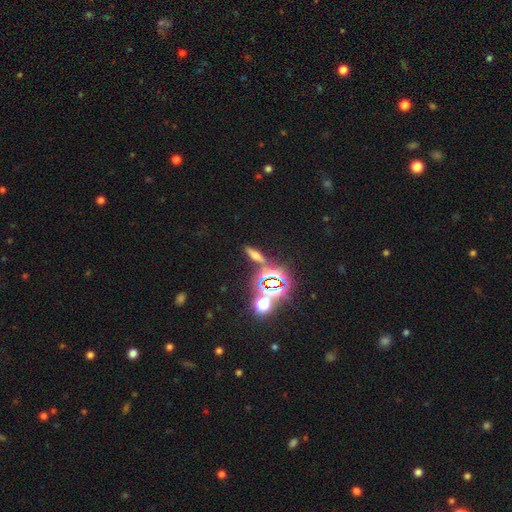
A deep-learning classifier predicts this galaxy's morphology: Smooth or featured? Predicted: smooth (p=0.39). Merging? Predicted: none (p=0.78).